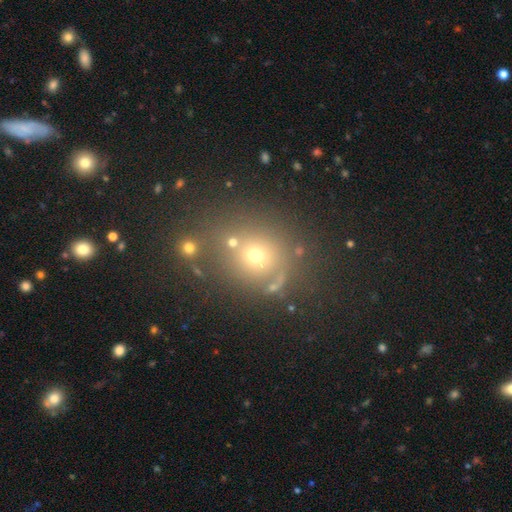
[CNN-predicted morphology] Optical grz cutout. It shows a smooth galaxy with no disk features (53%) that is round (76%). Merging: none (65%).